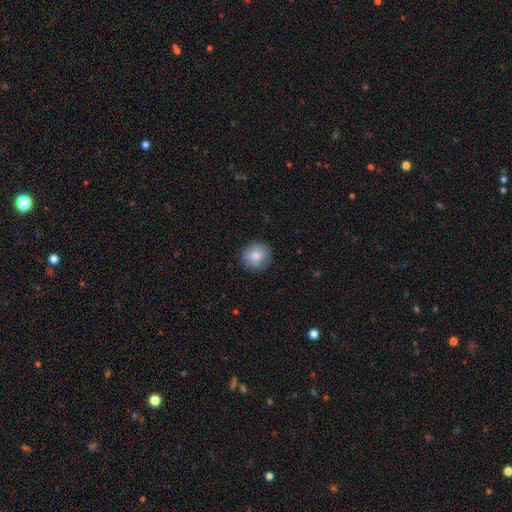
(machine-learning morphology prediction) This is clearly a smooth galaxy (82%). How rounded: clearly round (92%). Merging: clearly none (87%).